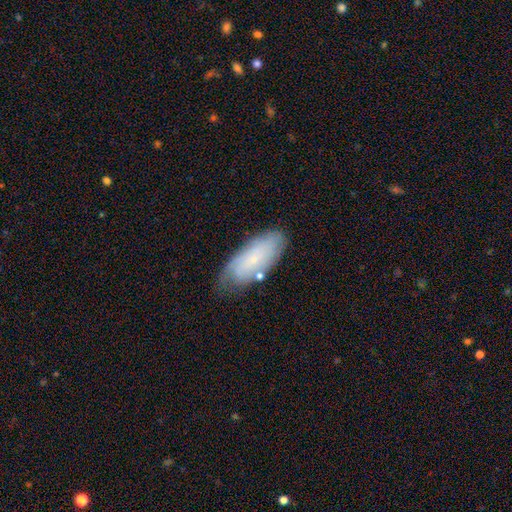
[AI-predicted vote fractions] This appears to be a smooth galaxy with no disk features (55%) that is in between round and cigar-shaped (77%). Merging: none (68%).